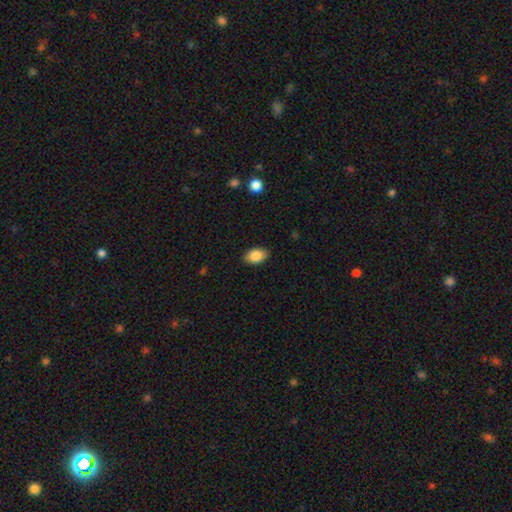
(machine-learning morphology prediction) smooth-or-featured: smooth: 87% | star or artifact: 7% | featured or disk: 6%
  how-rounded: in between: 88% | round: 11% | cigar-shaped: 1%
  merging: none: 87% | minor disturbance: 10% | major disturbance: 2% | merger: 1%